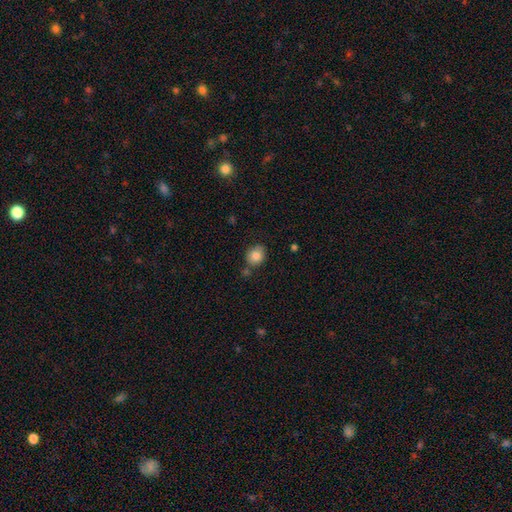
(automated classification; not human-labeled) smooth_or_featured: smooth (p=0.85) [alt: star or artifact p=0.09]
how_rounded: round (p=0.65) [alt: in between p=0.34]
merging: none (p=0.73) [alt: minor disturbance p=0.15]